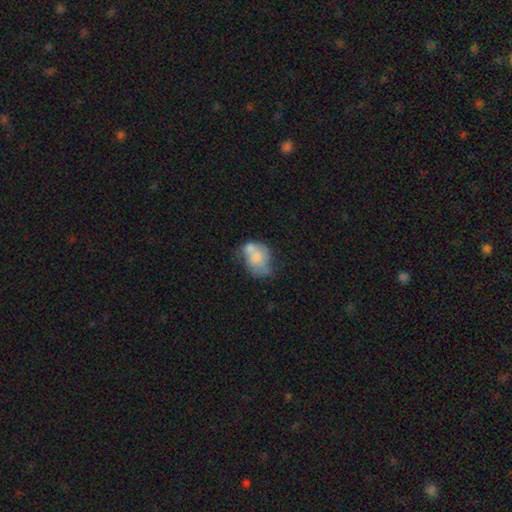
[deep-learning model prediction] Smooth or featured? Predicted: smooth (p=0.63). How rounded? Predicted: in between (p=0.67). Merging? Predicted: merger (p=0.42).